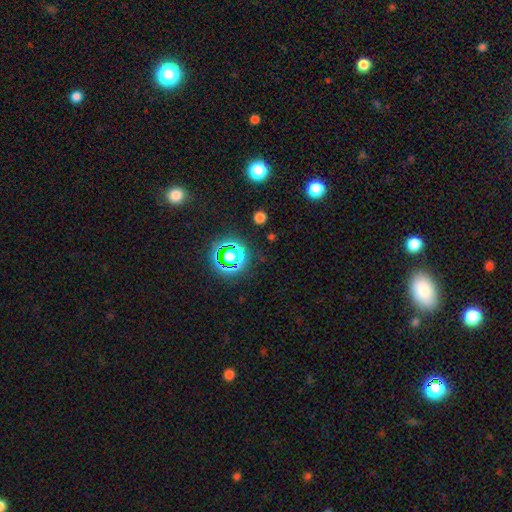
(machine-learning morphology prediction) This is likely a star or artifact rather than a galaxy (71%).